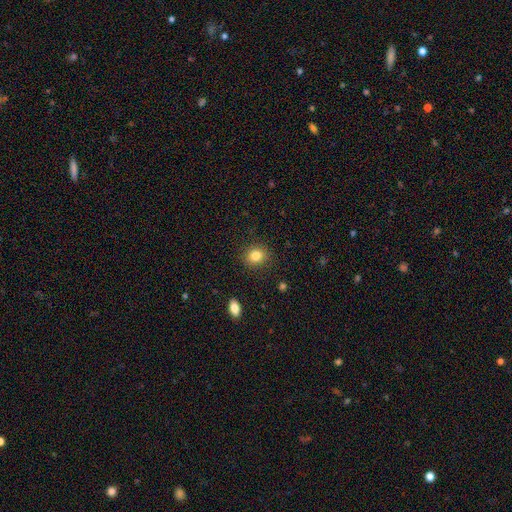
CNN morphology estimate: A smooth galaxy with no disk features (84%) that is round (69%).

Vote fractions:
- Smooth or featured? smooth: 84% / star or artifact: 10% / featured or disk: 6%
- How rounded? round: 69% / in between: 30% / cigar-shaped: 1%
- Merging? none: 88% / minor disturbance: 8% / major disturbance: 3% / merger: 1%